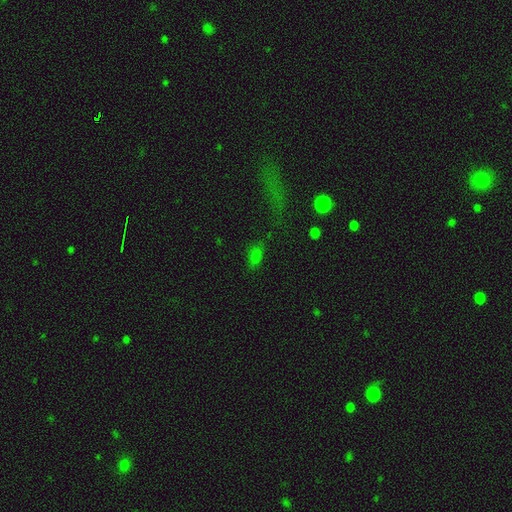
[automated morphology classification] A smooth galaxy with no disk features (67%) that is in between round and cigar-shaped (80%).

Vote fractions:
- Smooth or featured? smooth: 67% / star or artifact: 24% / featured or disk: 8%
- How rounded? in between: 80% / cigar-shaped: 11% / round: 8%
- Merging? none: 71% / minor disturbance: 16% / major disturbance: 9% / merger: 4%